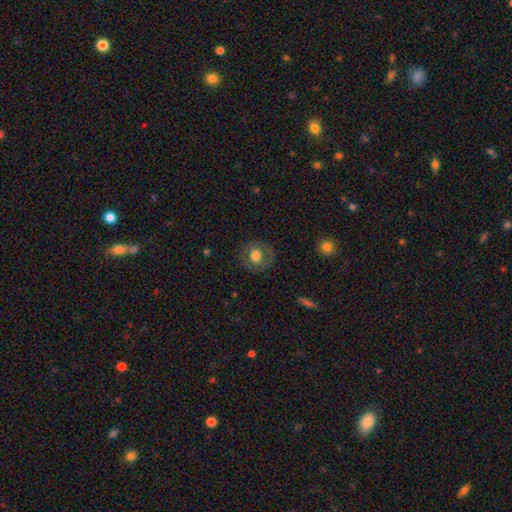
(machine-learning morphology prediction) Smooth or featured? smooth (61%)
How rounded? round (84%)
Merging? none (82%)